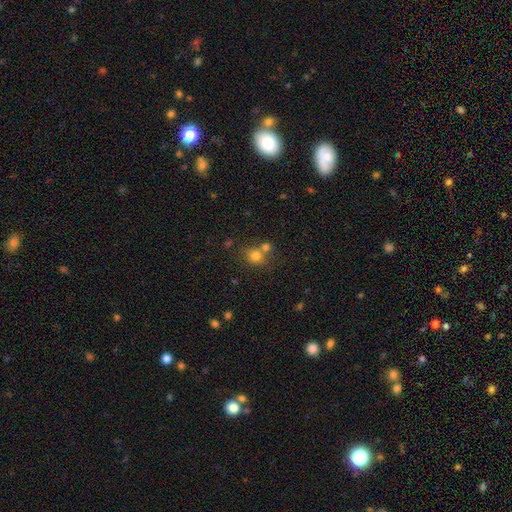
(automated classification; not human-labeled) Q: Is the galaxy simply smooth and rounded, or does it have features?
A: smooth — 77%.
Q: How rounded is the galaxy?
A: round — 79%.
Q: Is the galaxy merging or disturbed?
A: none — 54%.